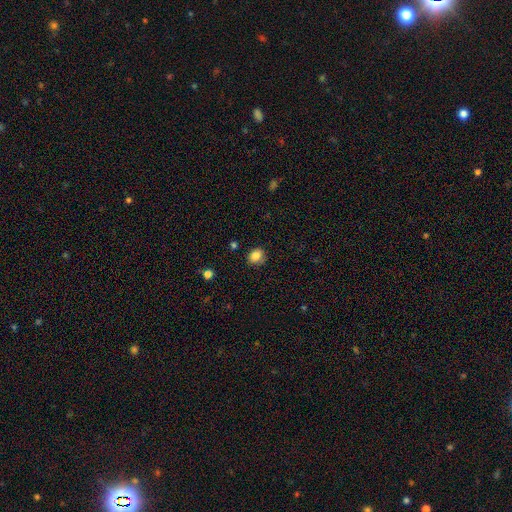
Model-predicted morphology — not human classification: Smooth or featured? Predicted: smooth (p=0.84). How rounded? Predicted: round (p=0.62). Merging? Predicted: none (p=0.81).